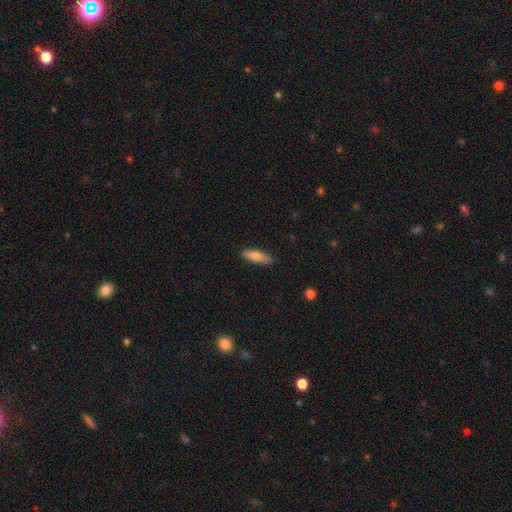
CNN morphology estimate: type=smooth (74%); roundness=cigar-shaped (49%, tied with in between); merging=none (86%).